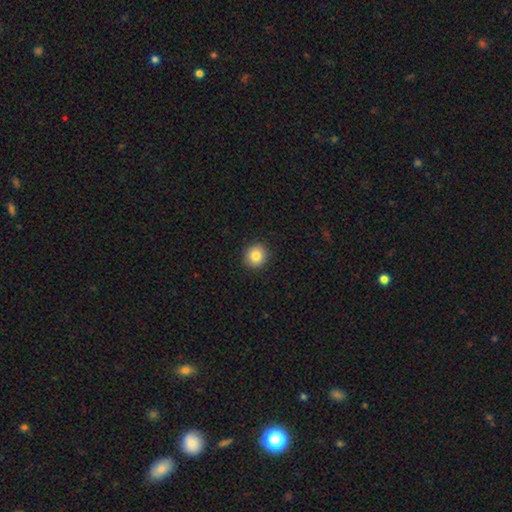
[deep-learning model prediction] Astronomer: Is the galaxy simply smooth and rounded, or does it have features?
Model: smooth — 84%.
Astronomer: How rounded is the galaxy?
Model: round — 90%.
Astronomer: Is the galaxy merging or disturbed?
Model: none — 92%.